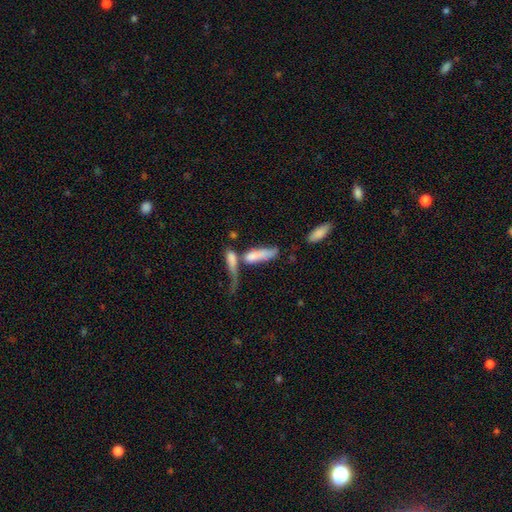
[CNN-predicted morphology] smooth_or_featured: smooth (p=0.63) [alt: featured or disk p=0.27]
how_rounded: cigar-shaped (p=0.49) [alt: in between p=0.47]
merging: merger (p=0.58) [alt: major disturbance p=0.18]